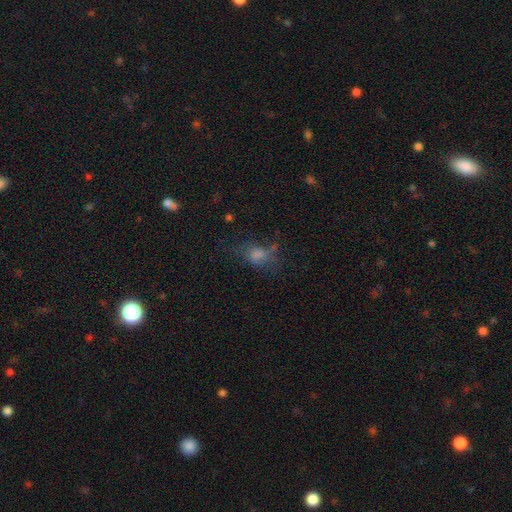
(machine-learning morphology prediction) smooth 58%, star or artifact 23%, featured or disk 20%. Down the decision tree: how rounded — in between (62%); merging — none (52%).